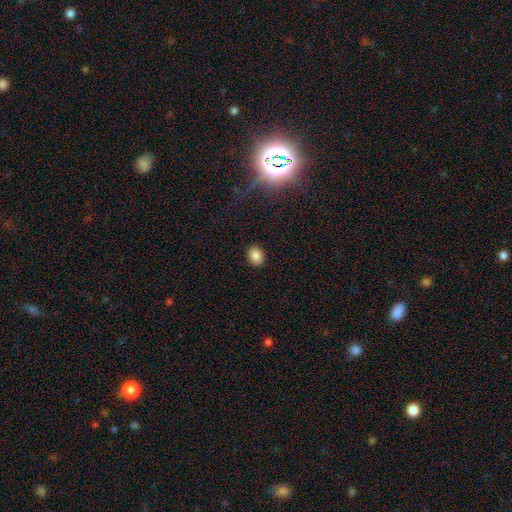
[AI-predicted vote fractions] smooth 84%, star or artifact 11%, featured or disk 5%. Down the decision tree: how rounded — in between (52%); merging — none (90%).